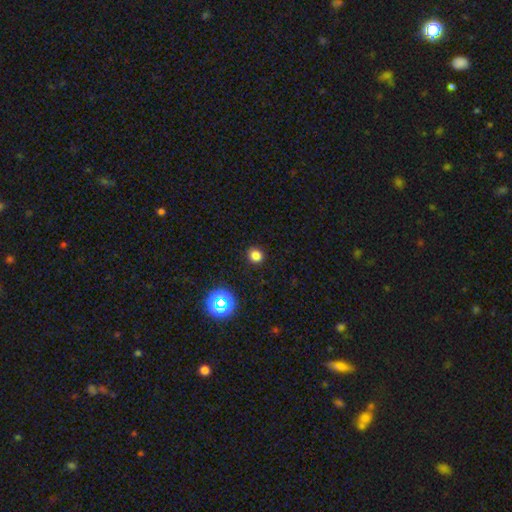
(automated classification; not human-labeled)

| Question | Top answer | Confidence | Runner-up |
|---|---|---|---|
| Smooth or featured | smooth | 79% | star or artifact (17%) |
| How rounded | round | 90% | in between (9%) |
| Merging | none | 91% | minor disturbance (6%) |